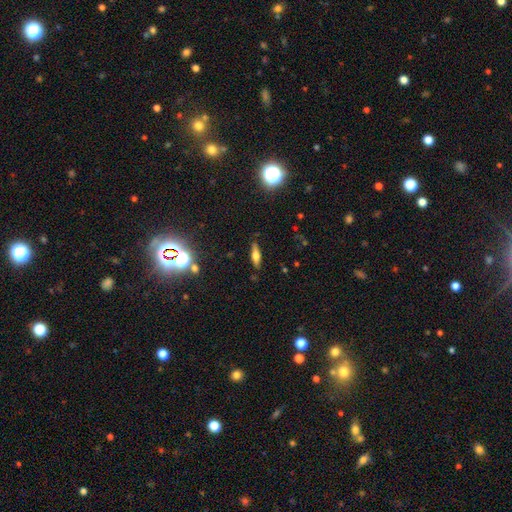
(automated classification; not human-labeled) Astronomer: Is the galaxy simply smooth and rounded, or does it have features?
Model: smooth — 46% (runner-up: featured or disk, 41%).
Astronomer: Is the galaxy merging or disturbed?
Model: none — 85%.